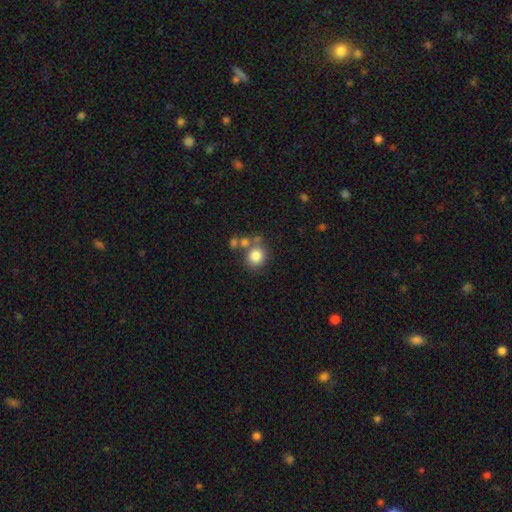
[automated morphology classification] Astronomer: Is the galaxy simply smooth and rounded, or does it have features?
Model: smooth — 81%.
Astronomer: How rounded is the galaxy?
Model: round — 80%.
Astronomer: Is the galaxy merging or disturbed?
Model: none — 61%.